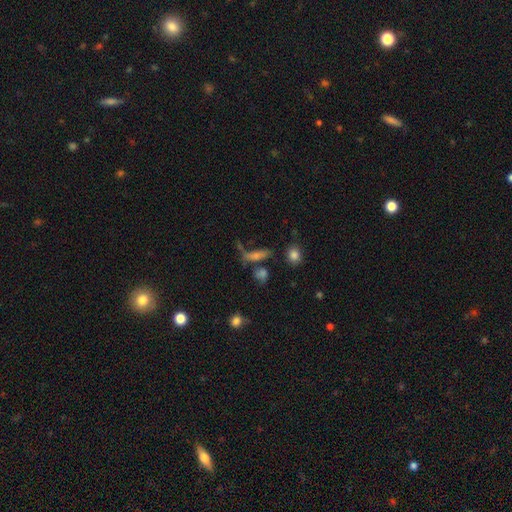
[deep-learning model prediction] This is possibly a smooth galaxy (49%). Merging: possibly none (47%).